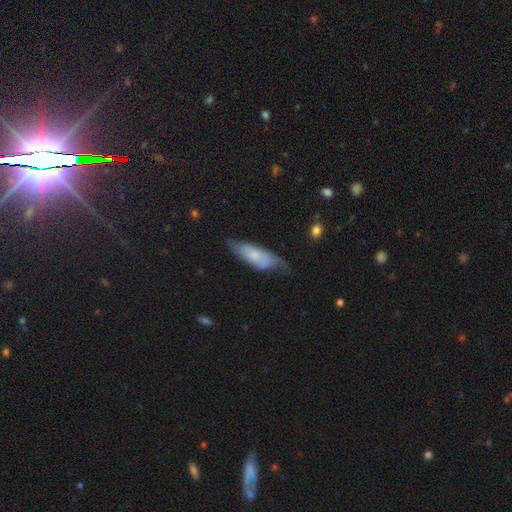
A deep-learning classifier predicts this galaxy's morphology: Smooth or featured?
  - smooth: 54% *
  - featured or disk: 40%
  - star or artifact: 6%
How rounded?
  - in between: 64% *
  - cigar-shaped: 34%
  - round: 2%
Merging?
  - none: 47% *
  - minor disturbance: 36%
  - major disturbance: 14%
  - merger: 2%